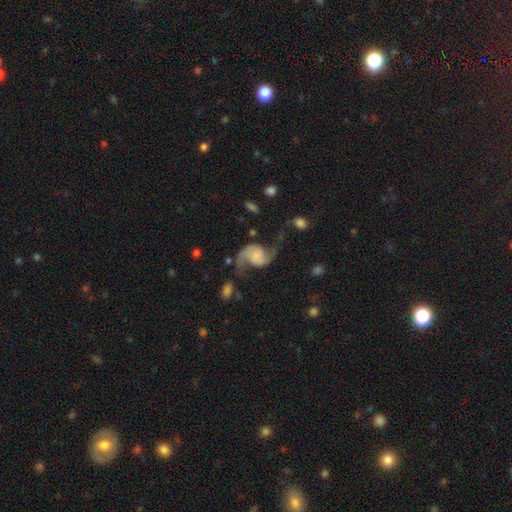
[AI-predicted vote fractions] Smooth or featured? featured or disk (89%)
Edge-on disk? no (98%)
Bar? no (65%)
Spiral arms? yes (97%)
Spiral winding? loose (74%)
Spiral arm count? 2 (94%)
Bulge size? none (49%)
Merging? none (68%)